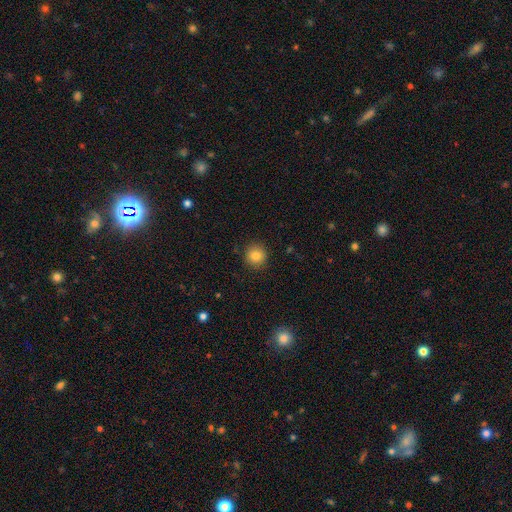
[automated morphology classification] smooth_or_featured: smooth (p=0.83) [alt: star or artifact p=0.11]
how_rounded: round (p=0.92) [alt: in between p=0.07]
merging: none (p=0.90) [alt: minor disturbance p=0.07]